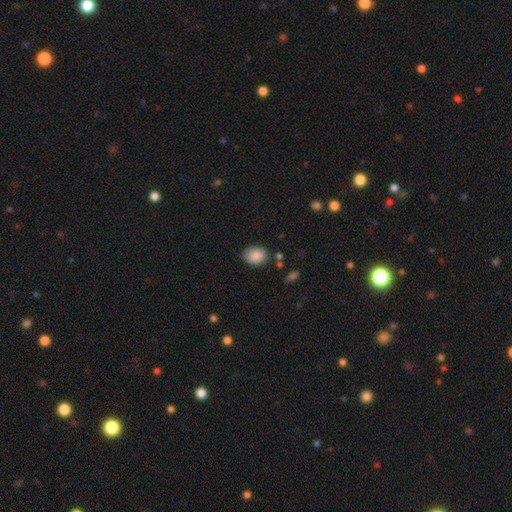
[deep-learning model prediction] Q: Smooth or featured?
A: smooth (88%); runner-up: star or artifact (8%)
Q: How rounded?
A: in between (59%); runner-up: round (40%)
Q: Merging?
A: none (78%); runner-up: minor disturbance (15%)